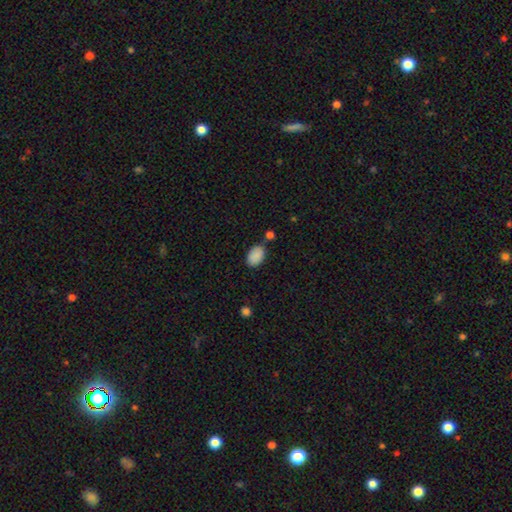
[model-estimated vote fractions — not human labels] This is clearly a smooth galaxy (89%). How rounded: clearly in between (91%). Merging: likely none (76%).